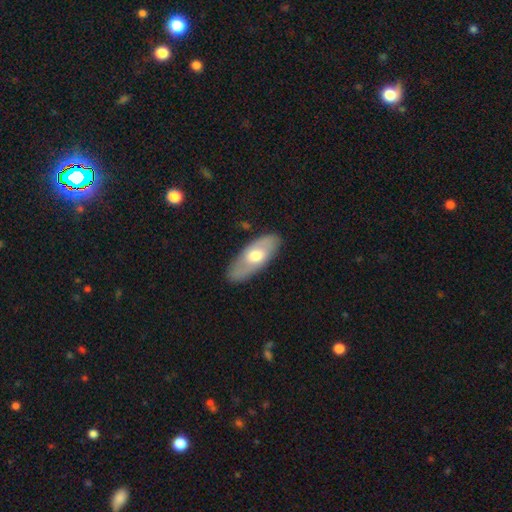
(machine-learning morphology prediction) A smooth galaxy with no disk features (54%) that is in between round and cigar-shaped (82%).

Vote fractions:
- Smooth or featured? smooth: 54% / featured or disk: 41% / star or artifact: 5%
- How rounded? in between: 82% / cigar-shaped: 15% / round: 3%
- Merging? none: 82% / minor disturbance: 14% / major disturbance: 3% / merger: 1%